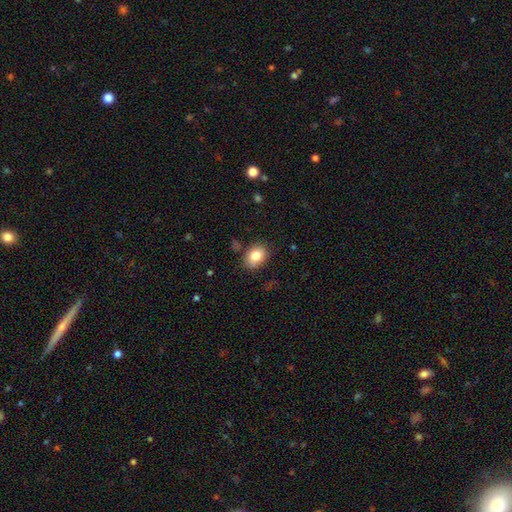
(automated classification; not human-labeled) Smooth or featured: smooth — 83% (star or artifact — 9%)
How rounded: in between — 67% (round — 33%)
Merging: none — 79% (minor disturbance — 15%)